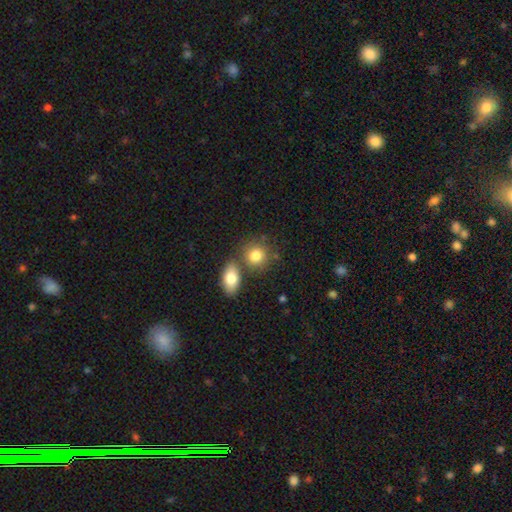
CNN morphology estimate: type=smooth (81%); roundness=round (72%); merging=none (58%).